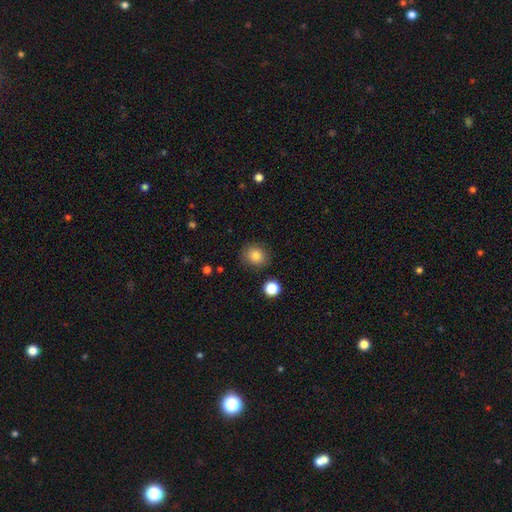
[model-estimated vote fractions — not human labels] Overall: smooth (83%). How rounded: round (81%). Merging: none (85%).